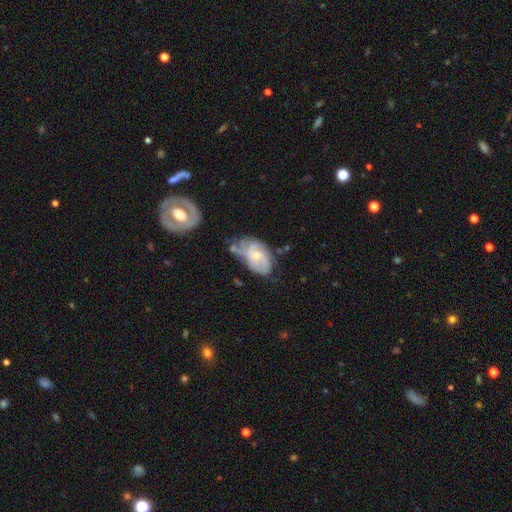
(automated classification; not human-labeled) Overall: featured or disk (73%). Edge-on disk: no (97%). Bar: no (67%; weak 29%). Spiral arms: yes (88%). Spiral arm count: can't tell (34%; 2 28%). Spiral winding: tight (44%; medium 40%). Bulge size: small (55%; moderate 40%). Merging: none (42%; minor disturbance 32%).